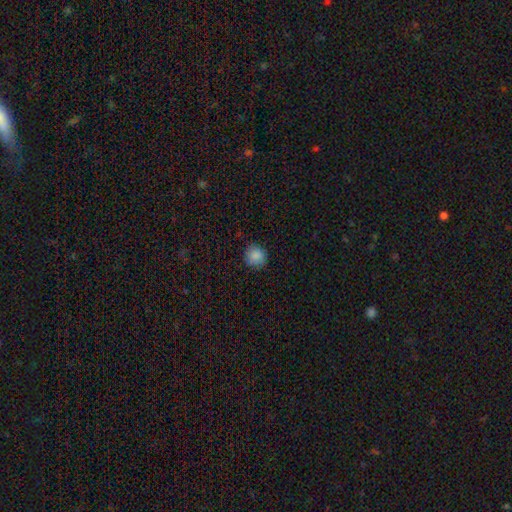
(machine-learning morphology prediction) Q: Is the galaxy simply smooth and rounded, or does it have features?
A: smooth — 87%.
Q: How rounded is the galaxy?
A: round — 89%.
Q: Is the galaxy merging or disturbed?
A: none — 87%.